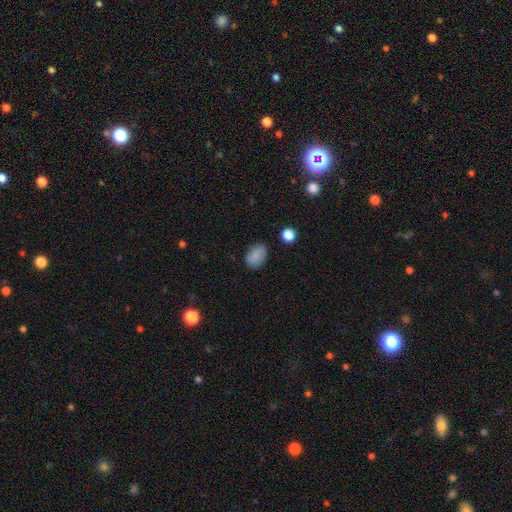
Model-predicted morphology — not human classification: This appears to be a smooth galaxy with no disk features (84%) that is in between round and cigar-shaped (78%). Merging: none (82%).